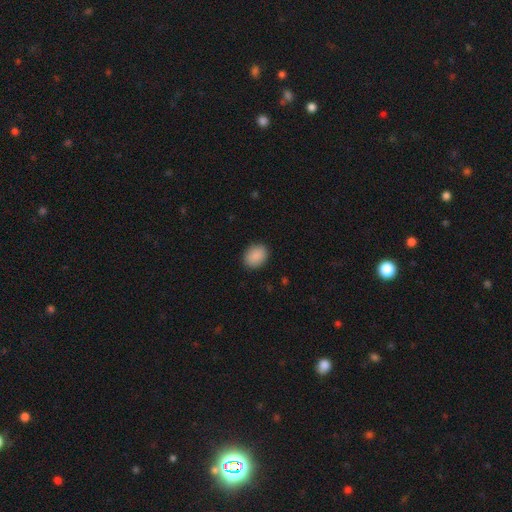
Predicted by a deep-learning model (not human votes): This is clearly a smooth galaxy (90%). How rounded: likely in between (63%). Merging: clearly none (88%).